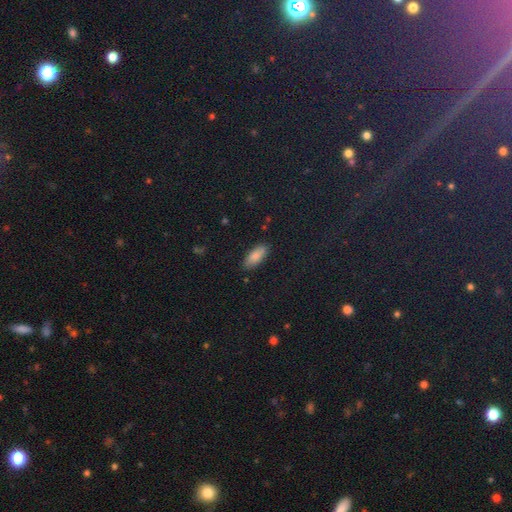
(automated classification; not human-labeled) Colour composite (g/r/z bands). It shows a smooth galaxy with no disk features (81%) that is in between round and cigar-shaped (78%). Merging: none (86%).